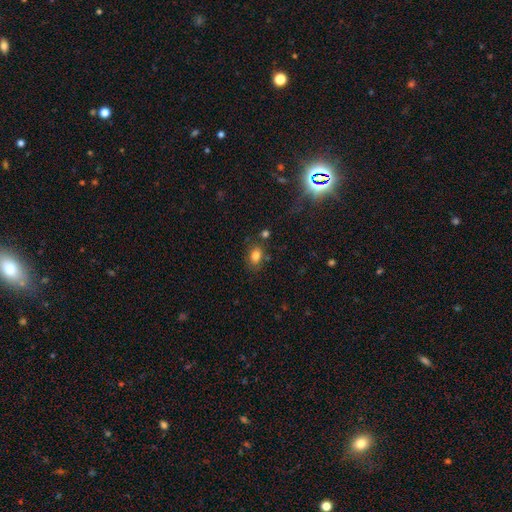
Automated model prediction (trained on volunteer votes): A smooth galaxy with no disk features (81%) that is in between round and cigar-shaped (73%). Merging: none (74%).